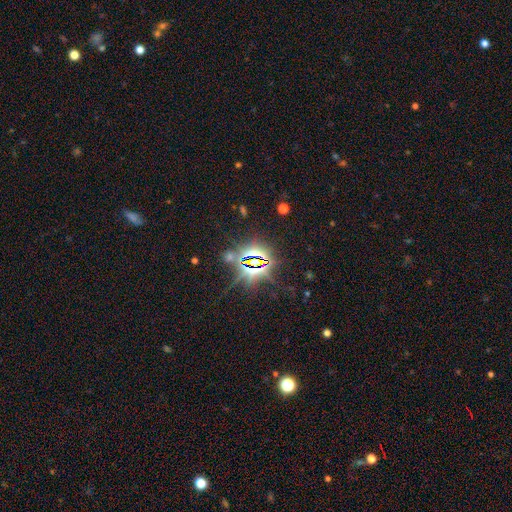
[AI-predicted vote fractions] smooth_or_featured: star or artifact (p=0.83) [alt: smooth p=0.09]